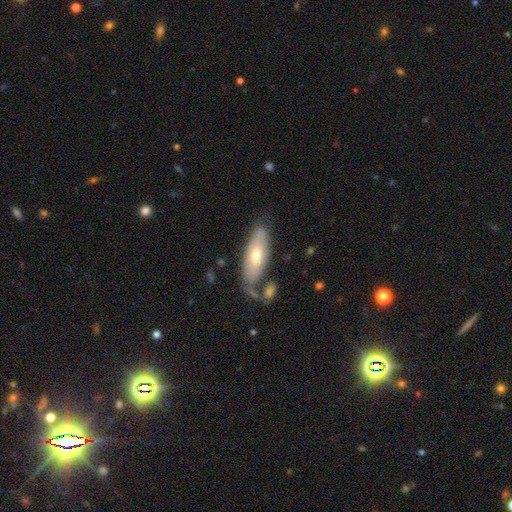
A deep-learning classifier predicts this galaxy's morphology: smooth 55%, featured or disk 39%, star or artifact 6%. Down the decision tree: how rounded — in between (74%); merging — none (57%).